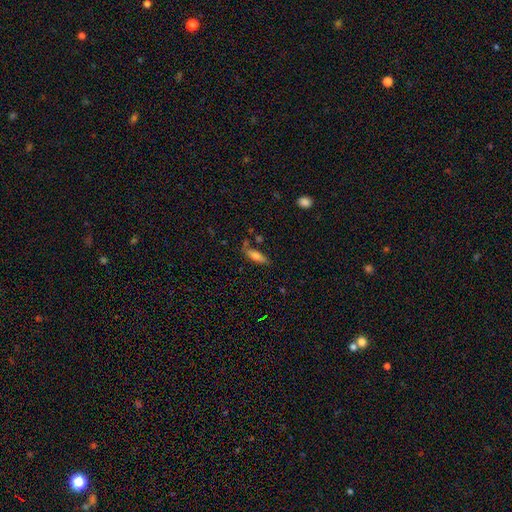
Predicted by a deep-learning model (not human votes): This is likely a smooth galaxy (71%). How rounded: possibly cigar-shaped (52%). Merging: likely none (68%).